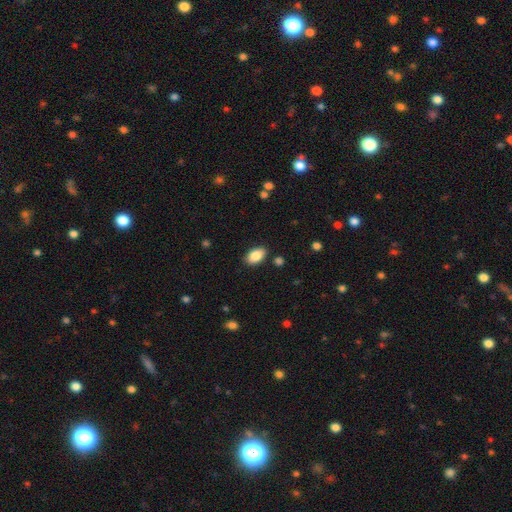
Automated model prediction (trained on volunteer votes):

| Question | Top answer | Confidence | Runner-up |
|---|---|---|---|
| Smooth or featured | smooth | 87% | star or artifact (7%) |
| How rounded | in between | 93% | round (5%) |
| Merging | none | 86% | minor disturbance (10%) |